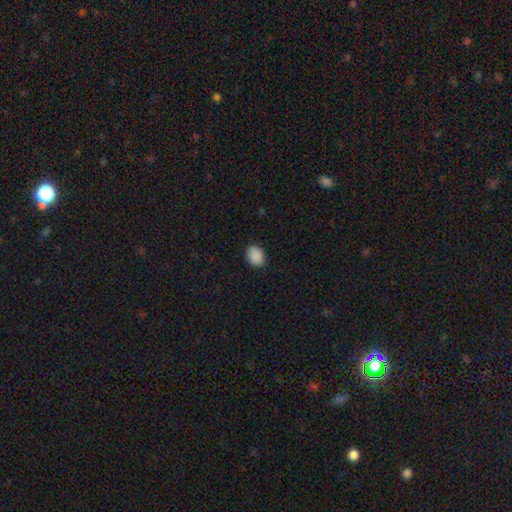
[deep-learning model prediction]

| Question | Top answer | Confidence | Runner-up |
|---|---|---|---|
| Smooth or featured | smooth | 90% | star or artifact (8%) |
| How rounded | in between | 60% | round (39%) |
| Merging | none | 86% | minor disturbance (11%) |